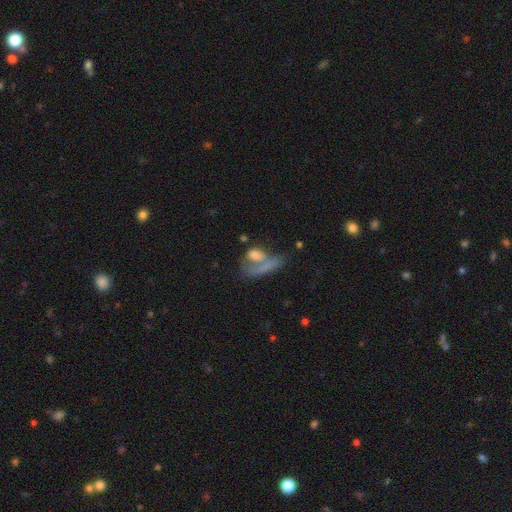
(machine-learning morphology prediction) smooth 64%, featured or disk 25%, star or artifact 11%. Down the decision tree: how rounded — in between (55%); merging — merger (40%).